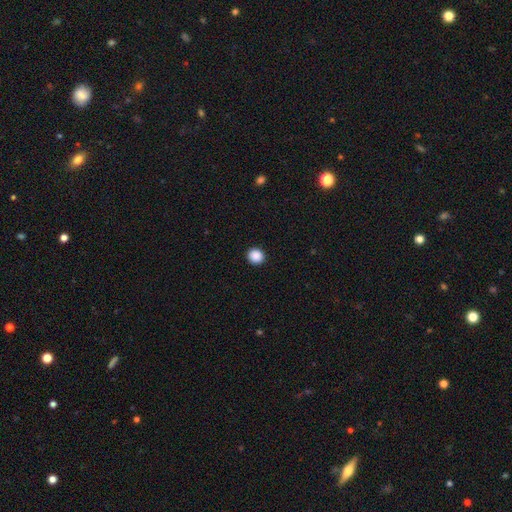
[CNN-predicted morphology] Smooth or featured?
  - smooth: 89% *
  - star or artifact: 9%
  - featured or disk: 2%
How rounded?
  - round: 90% *
  - in between: 9%
  - cigar-shaped: 1%
Merging?
  - none: 93% *
  - minor disturbance: 5%
  - major disturbance: 2%
  - merger: 1%